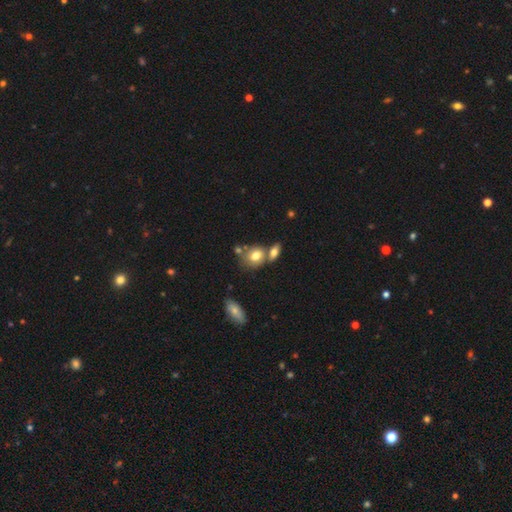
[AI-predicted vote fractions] The model was most divided on "how rounded" (2-way tie): in between: 49%, round: 49%, cigar-shaped: 2%. Remaining: smooth or featured — smooth (74%); merging — none (46%).